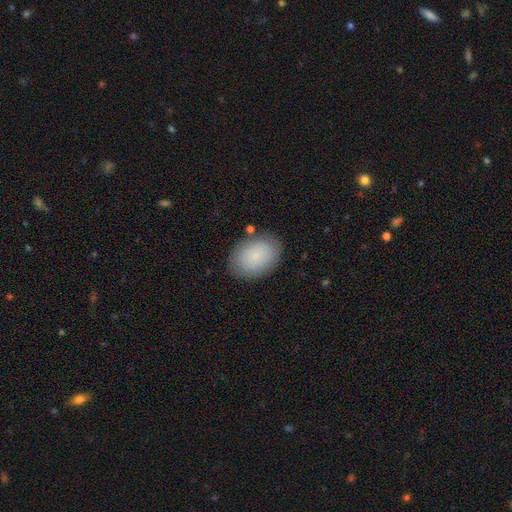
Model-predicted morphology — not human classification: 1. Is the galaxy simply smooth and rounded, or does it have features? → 82% smooth, 10% featured or disk, 8% star or artifact.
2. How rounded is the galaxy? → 78% in between, 21% round, 1% cigar-shaped.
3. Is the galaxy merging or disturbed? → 83% none, 12% minor disturbance, 3% major disturbance, 2% merger.